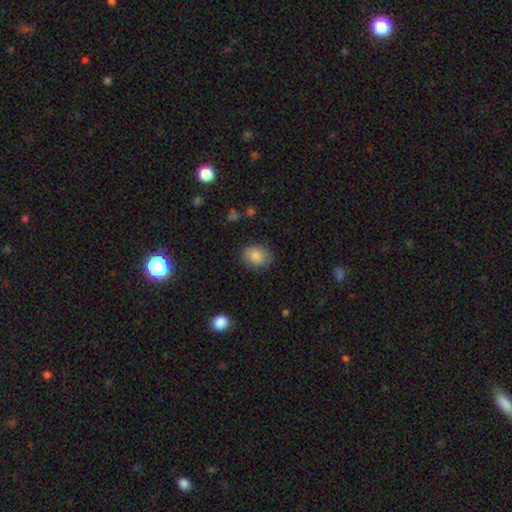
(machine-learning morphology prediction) This is clearly a smooth galaxy (86%). How rounded: possibly in between (57%). Merging: likely none (78%).